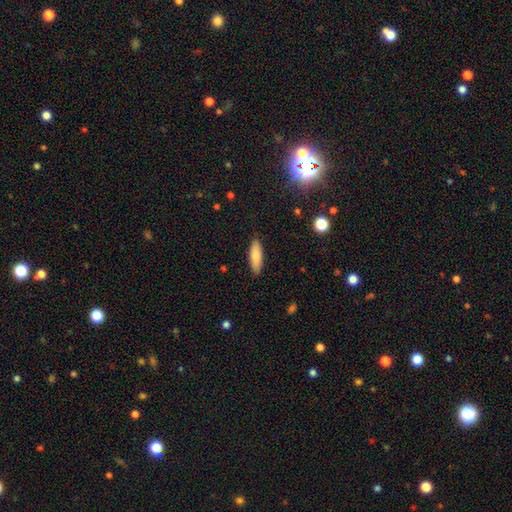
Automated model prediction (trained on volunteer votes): A smooth galaxy with no disk features (82%) that is in between round and cigar-shaped (51%). Merging: none (88%).